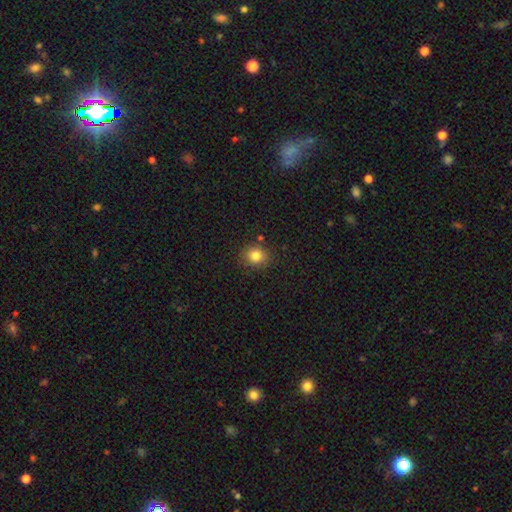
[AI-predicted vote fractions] Smooth or featured? smooth (81%)
How rounded? round (76%)
Merging? none (84%)